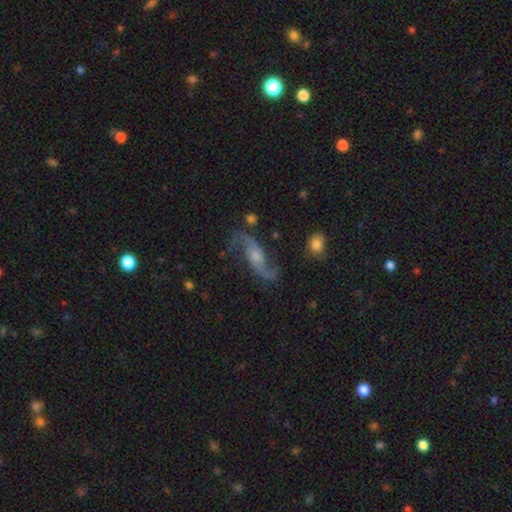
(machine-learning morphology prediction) Smooth or featured? Predicted: featured or disk (p=0.86). Edge-on disk? Predicted: no (p=0.93). Bar? Predicted: no (p=0.56). Spiral arms? Predicted: yes (p=0.96). Spiral winding? Predicted: loose (p=0.74). Spiral arm count? Predicted: 2 (p=0.93). Bulge size? Predicted: small (p=0.41). Merging? Predicted: none (p=0.74).